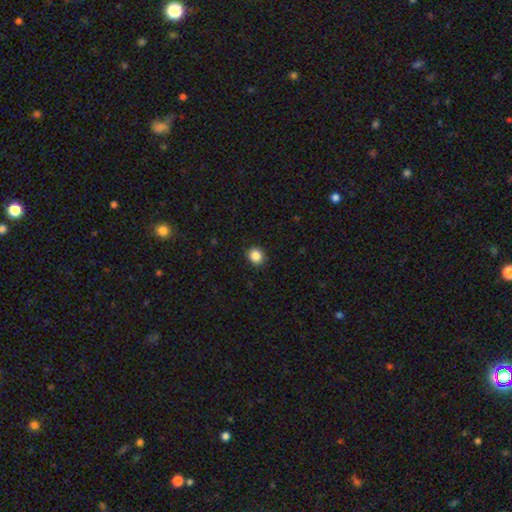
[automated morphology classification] Q: Smooth or featured?
A: smooth (87%); runner-up: star or artifact (10%)
Q: How rounded?
A: round (76%); runner-up: in between (23%)
Q: Merging?
A: none (91%); runner-up: minor disturbance (6%)